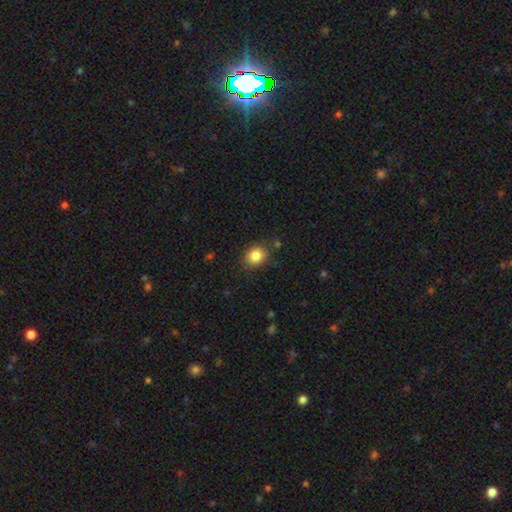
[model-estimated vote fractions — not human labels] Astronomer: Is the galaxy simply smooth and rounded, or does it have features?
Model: smooth — 85%.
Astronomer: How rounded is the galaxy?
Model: round — 62%.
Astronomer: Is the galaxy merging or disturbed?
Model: none — 81%.